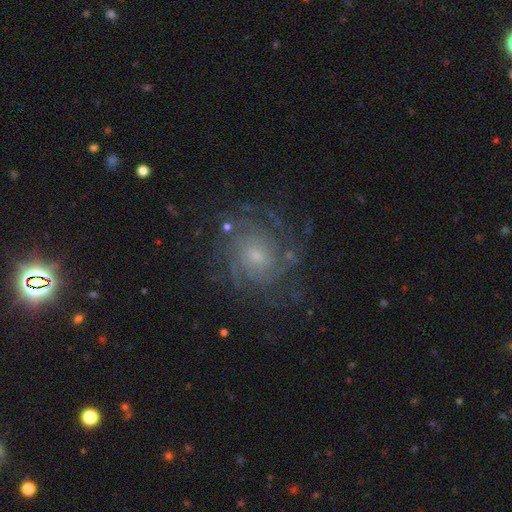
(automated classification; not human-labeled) Morphology: type=featured or disk (80%); edge-on=no (97%); bar=no (71%); spiral arms=yes (94%); winding=tight (65%); arm count=can't tell (38%); bulge=small (61%); merging=none (74%).